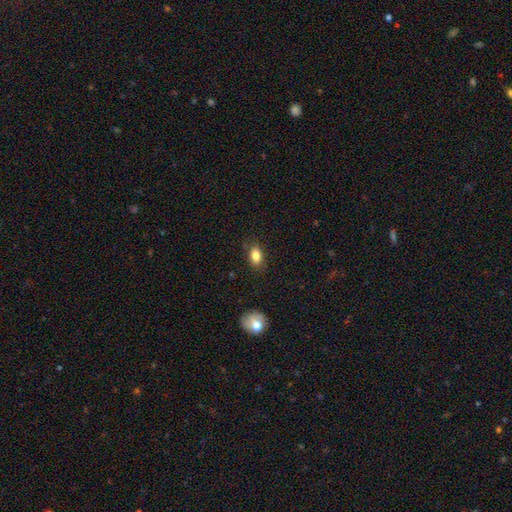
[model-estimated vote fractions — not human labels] This is clearly a smooth galaxy (83%). How rounded: clearly in between (85%). Merging: clearly none (81%).